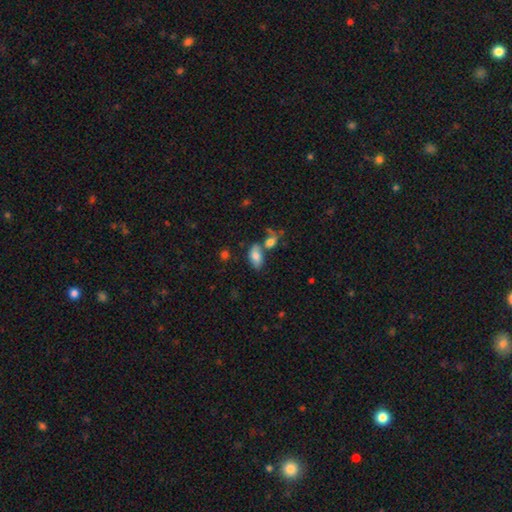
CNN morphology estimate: This is likely a smooth galaxy (75%). How rounded: clearly in between (90%). Merging: marginally none (44%).